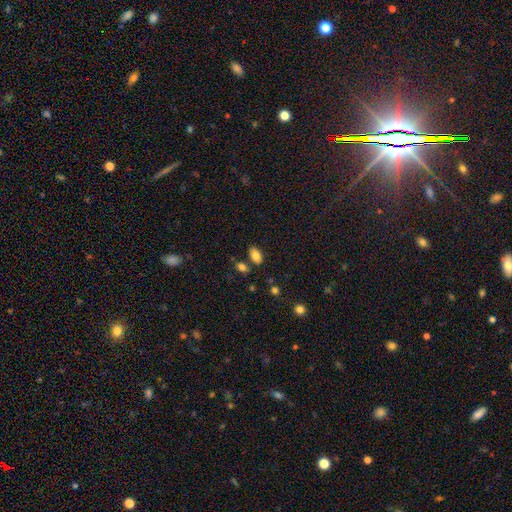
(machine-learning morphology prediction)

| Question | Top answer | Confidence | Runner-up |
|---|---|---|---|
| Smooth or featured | smooth | 84% | star or artifact (9%) |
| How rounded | in between | 92% | round (6%) |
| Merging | none | 78% | minor disturbance (12%) |